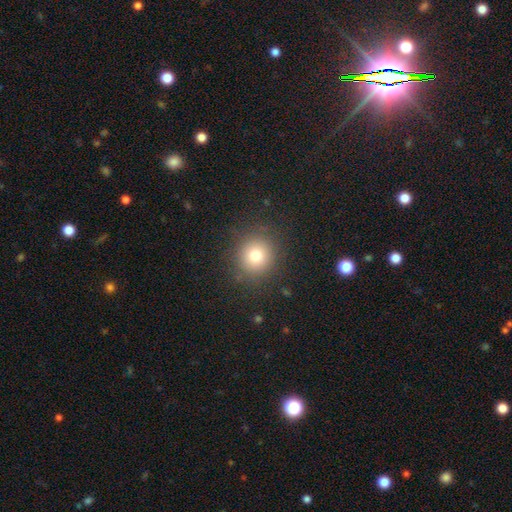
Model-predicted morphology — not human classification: The model was most divided on "smooth or featured": smooth: 76%, star or artifact: 14%, featured or disk: 10%. More confident: how rounded — round (89%); merging — none (88%).